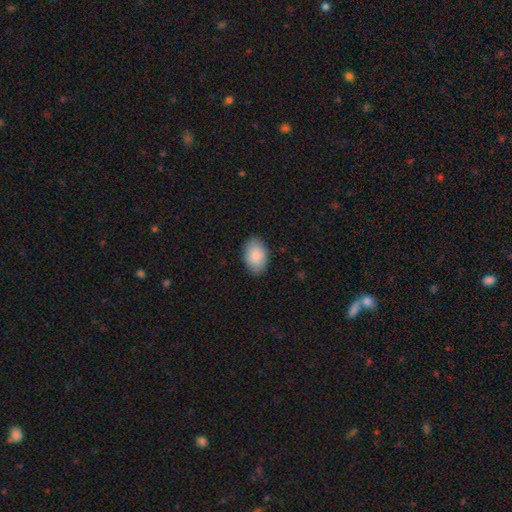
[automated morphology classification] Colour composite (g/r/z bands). It shows a smooth galaxy with no disk features (89%) that is in between round and cigar-shaped (90%). Merging: none (85%).